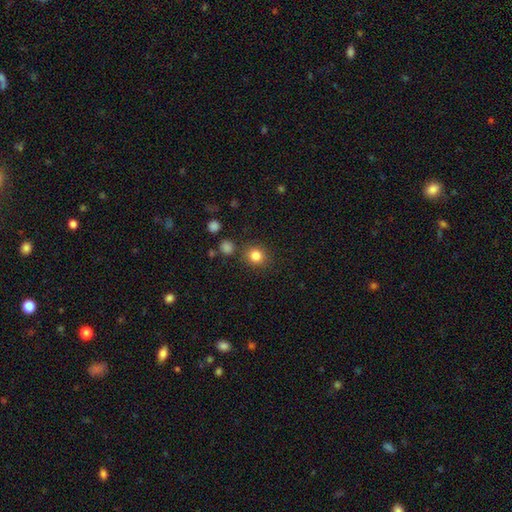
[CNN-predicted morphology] Smooth or featured? Predicted: smooth (p=0.83). How rounded? Predicted: round (p=0.86). Merging? Predicted: none (p=0.84).